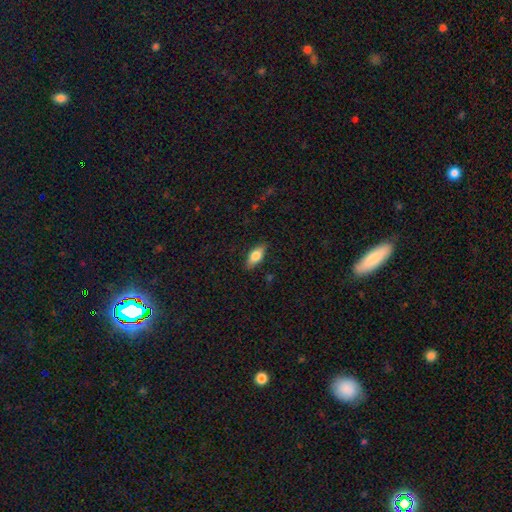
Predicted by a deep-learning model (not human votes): smooth 77%, featured or disk 16%, star or artifact 7%. Down the decision tree: how rounded — in between (82%); merging — none (85%).